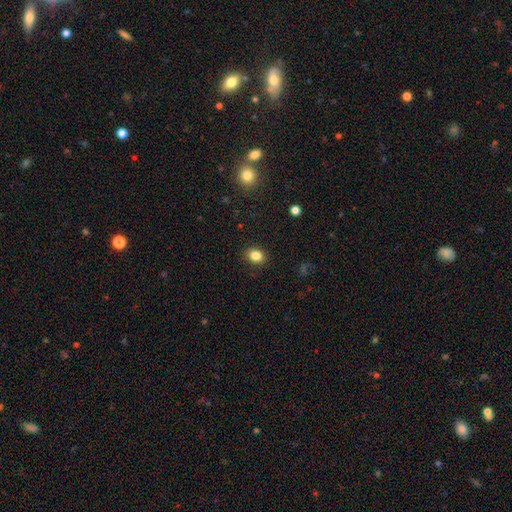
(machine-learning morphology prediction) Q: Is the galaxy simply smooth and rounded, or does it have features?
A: smooth — 84%.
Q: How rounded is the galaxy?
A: in between — 54%.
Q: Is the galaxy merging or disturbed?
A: none — 89%.